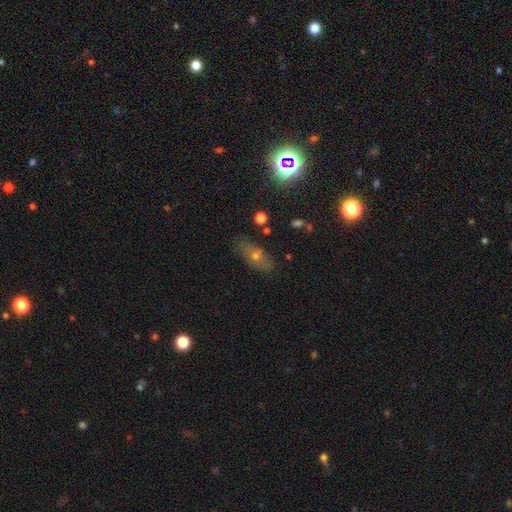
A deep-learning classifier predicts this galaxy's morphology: A smooth galaxy with no disk features (46%).

Vote fractions:
- Smooth or featured? smooth: 46% / featured or disk: 31% / star or artifact: 23%
- Merging? none: 76% / minor disturbance: 16% / major disturbance: 5% / merger: 3%